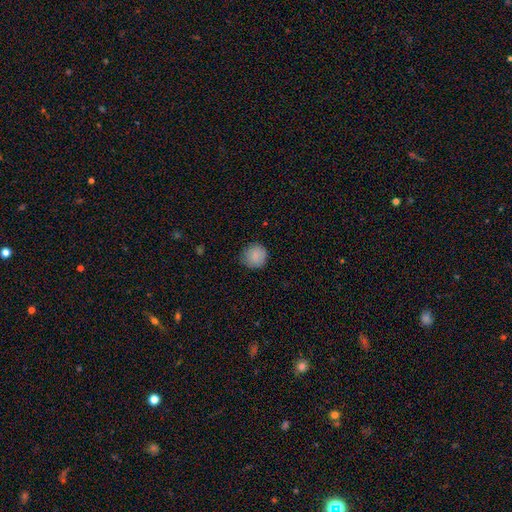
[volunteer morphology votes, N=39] Volunteers were most divided on "merging": none: 75%, minor disturbance: 25%, major disturbance: 0%, merger: 0%. More confident: how rounded — round (100%); smooth or featured — smooth (87%).